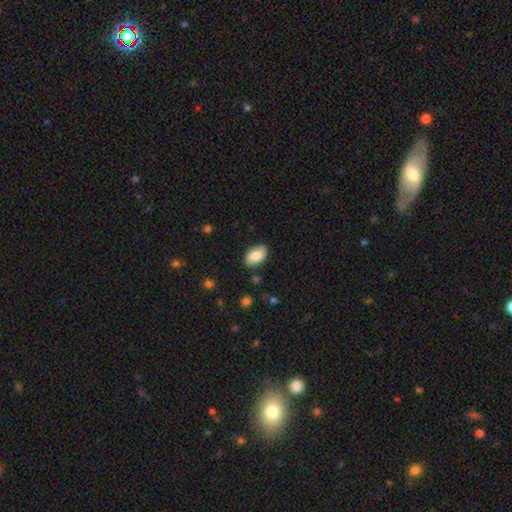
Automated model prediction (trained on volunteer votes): This is clearly a smooth galaxy (85%). How rounded: clearly in between (92%). Merging: clearly none (85%).